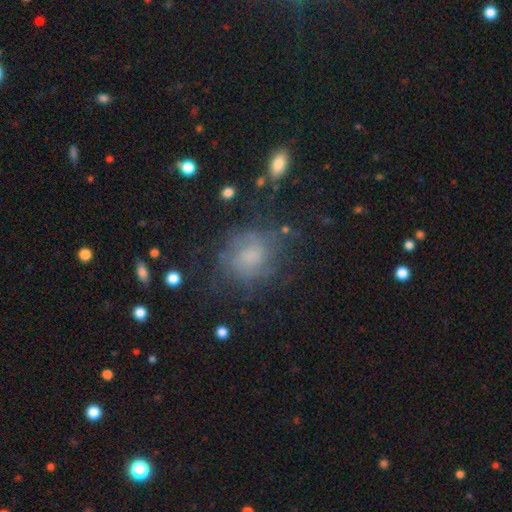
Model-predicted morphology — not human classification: Smooth or featured: smooth — 45% (featured or disk — 39%)
Merging: none — 65% (minor disturbance — 20%)